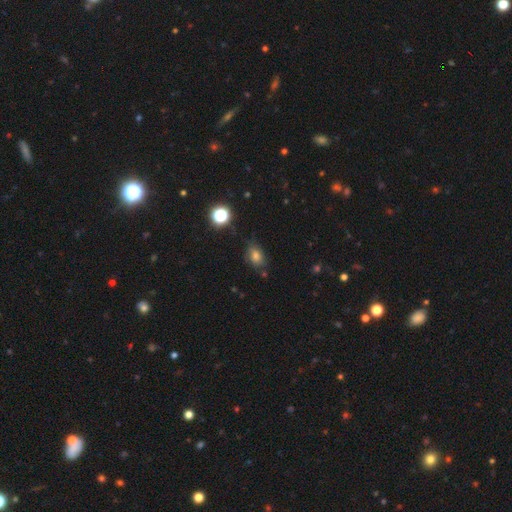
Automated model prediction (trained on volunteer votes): Smooth or featured?
  - smooth: 70% *
  - star or artifact: 18%
  - featured or disk: 12%
How rounded?
  - in between: 72% *
  - round: 26%
  - cigar-shaped: 2%
Merging?
  - none: 69% *
  - minor disturbance: 22%
  - major disturbance: 6%
  - merger: 3%